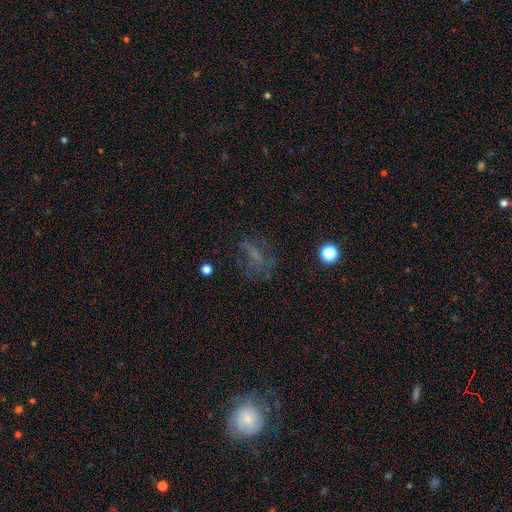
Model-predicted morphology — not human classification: type=featured or disk (37%); merging=none (51%).